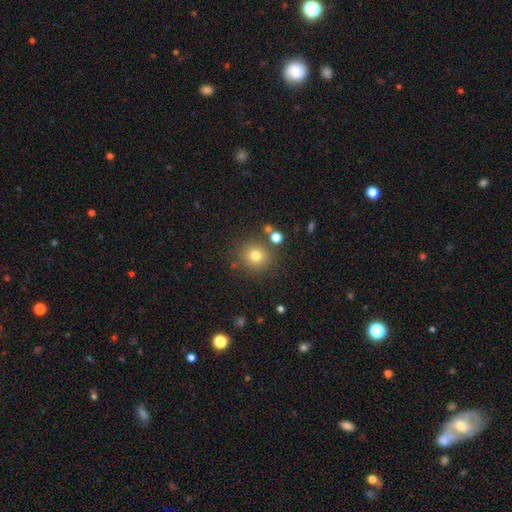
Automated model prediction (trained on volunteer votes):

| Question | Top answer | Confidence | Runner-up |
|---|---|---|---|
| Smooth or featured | smooth | 76% | star or artifact (15%) |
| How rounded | round | 91% | in between (8%) |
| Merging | none | 81% | minor disturbance (9%) |